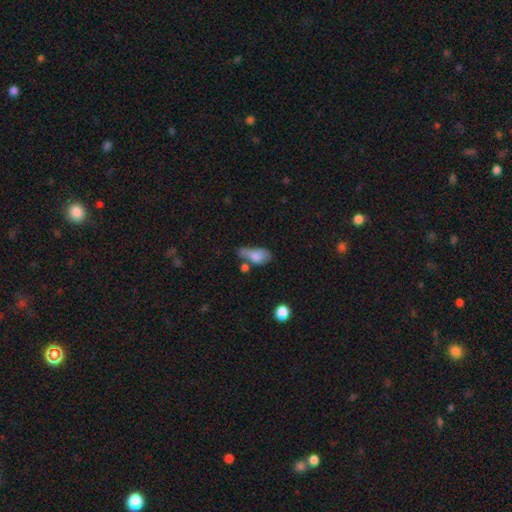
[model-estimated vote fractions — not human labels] Smooth or featured?
  - smooth: 72% *
  - featured or disk: 19%
  - star or artifact: 9%
How rounded?
  - in between: 82% *
  - cigar-shaped: 11%
  - round: 7%
Merging?
  - minor disturbance: 28% *
  - none: 26%
  - major disturbance: 23%
  - merger: 23%